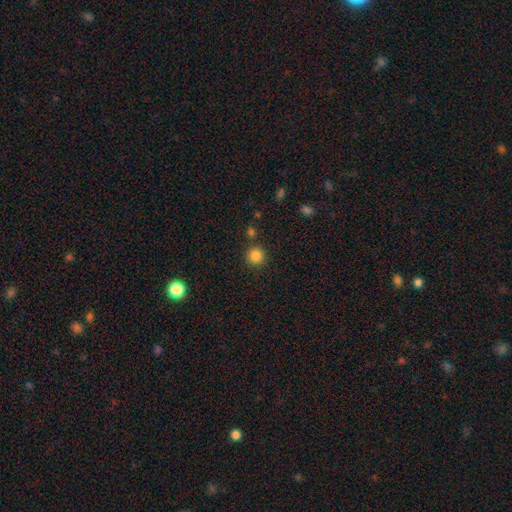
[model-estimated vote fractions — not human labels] smooth_or_featured: smooth (p=0.85) [alt: star or artifact p=0.12]
how_rounded: round (p=0.94) [alt: in between p=0.05]
merging: none (p=0.86) [alt: minor disturbance p=0.07]